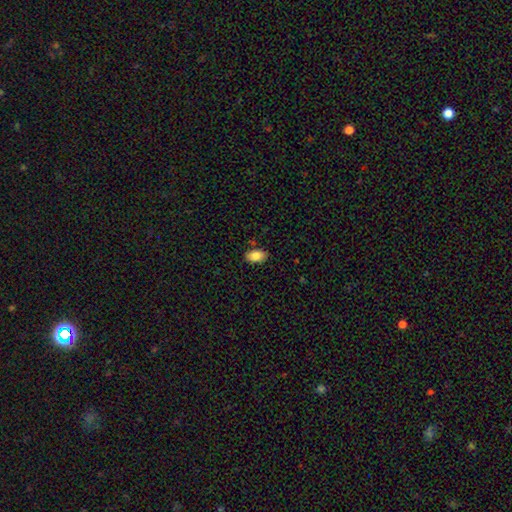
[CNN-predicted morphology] This appears to be a smooth galaxy with no disk features (85%) that is in between round and cigar-shaped (91%). Merging: none (84%).